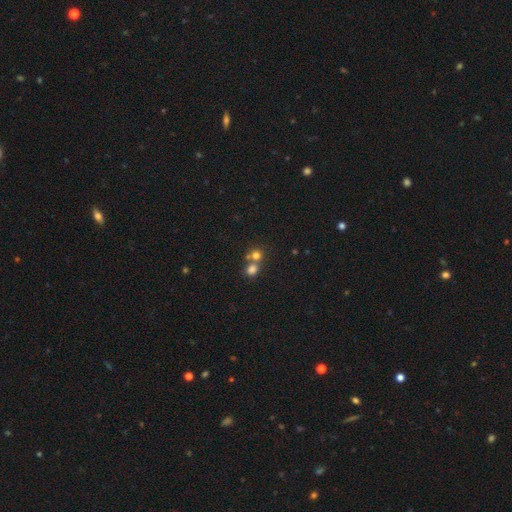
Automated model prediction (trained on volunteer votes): smooth-or-featured: smooth: 75% | star or artifact: 15% | featured or disk: 11%
  how-rounded: round: 82% | in between: 17% | cigar-shaped: 1%
  merging: merger: 49% | none: 43% | minor disturbance: 6% | major disturbance: 3%